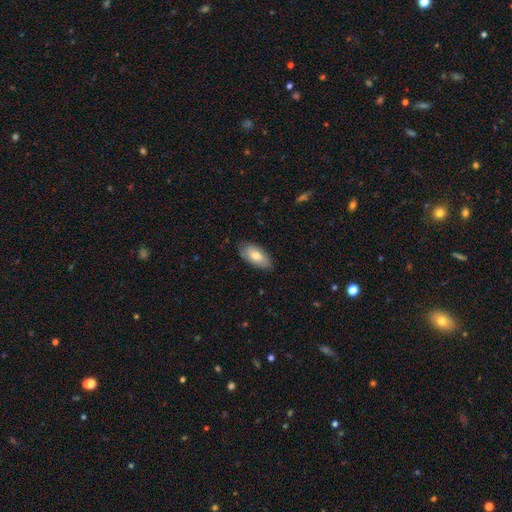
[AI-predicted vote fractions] Overall: smooth (72%). How rounded: in between (91%). Merging: none (80%).